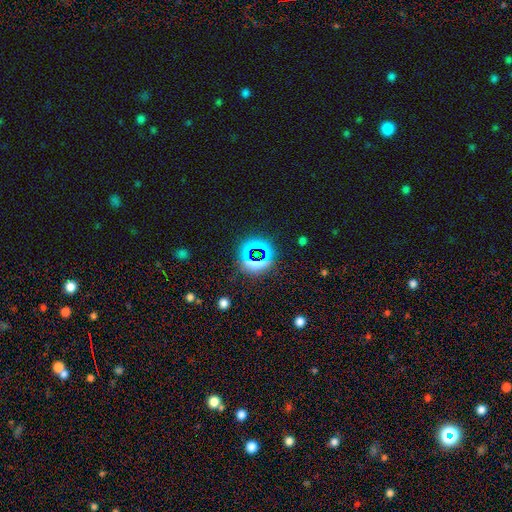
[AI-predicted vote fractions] Smooth or featured?
  - star or artifact: 65% *
  - smooth: 25%
  - featured or disk: 10%